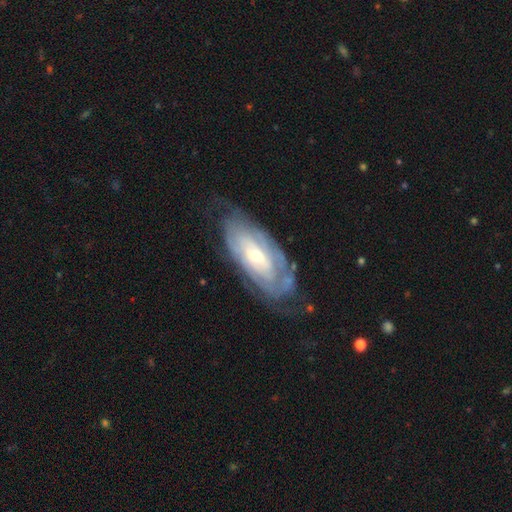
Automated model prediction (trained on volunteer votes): smooth-or-featured: featured or disk: 78% | smooth: 16% | star or artifact: 6%
  disk-edge-on: no: 90% | yes: 10%
    bar: no: 60% | weak: 30% | strong: 10%
    has-spiral-arms: yes: 84% | no: 16%
      spiral-winding: tight: 71% | medium: 22% | loose: 7%
      spiral-arm-count: can't tell: 59% | 2: 19% | 3: 8% | 4: 6% | 1: 4% | more than 4: 4%
    bulge-size: small: 55% | moderate: 40% | large: 3% | none: 1% | dominant: 1%
  merging: none: 63% | minor disturbance: 23% | major disturbance: 12% | merger: 2%